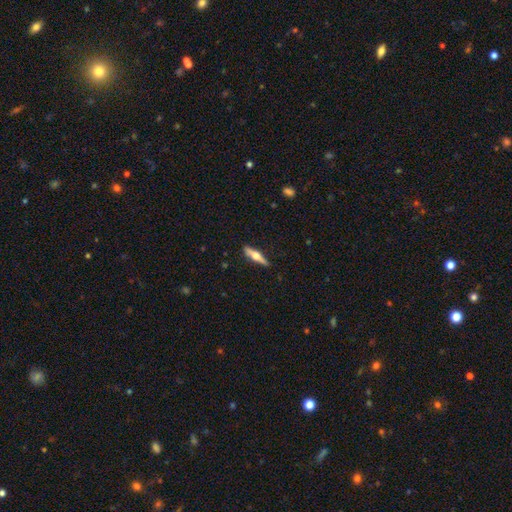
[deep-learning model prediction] Smooth or featured? Predicted: featured or disk (p=0.58). Edge-on disk? Predicted: yes (p=0.96). Edge-on bulge? Predicted: rounded (p=0.94). Merging? Predicted: none (p=0.89).